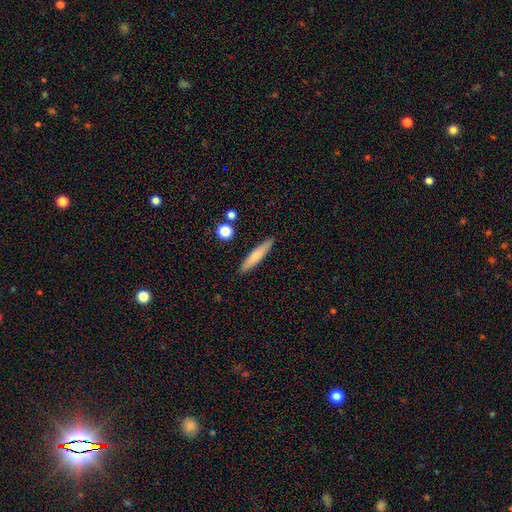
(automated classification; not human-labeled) Q: Smooth or featured?
A: smooth (70%); runner-up: featured or disk (24%)
Q: How rounded?
A: cigar-shaped (88%); runner-up: in between (10%)
Q: Merging?
A: none (89%); runner-up: minor disturbance (7%)